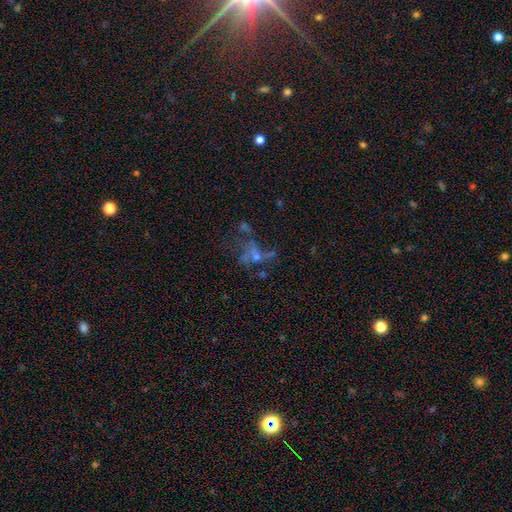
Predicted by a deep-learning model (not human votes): smooth_or_featured: featured or disk (p=0.45) [alt: star or artifact p=0.34]
merging: none (p=0.36) [alt: major disturbance p=0.34]